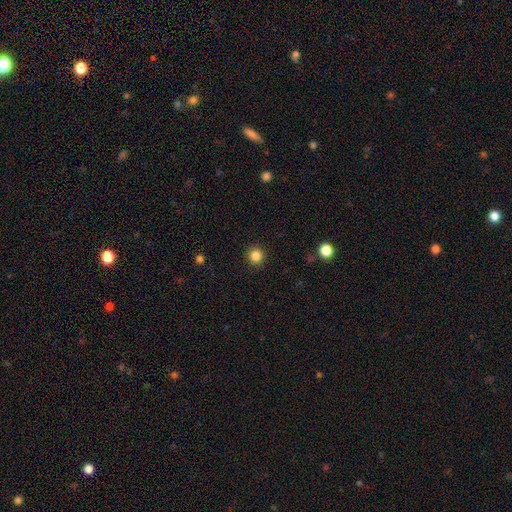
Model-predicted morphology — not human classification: Smooth or featured? Predicted: smooth (p=0.85). How rounded? Predicted: round (p=0.94). Merging? Predicted: none (p=0.91).